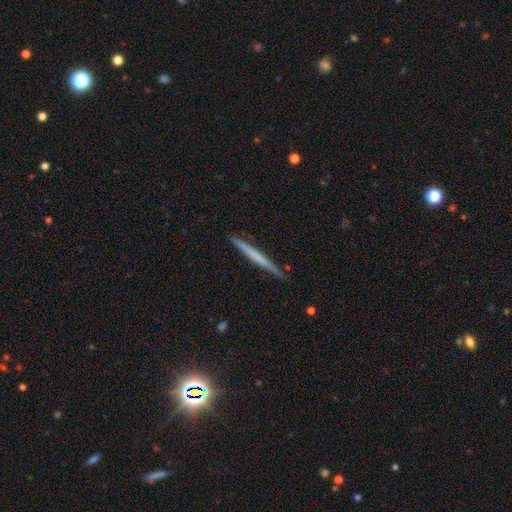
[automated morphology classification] smooth_or_featured: smooth (p=0.51) [alt: featured or disk p=0.44]
how_rounded: cigar-shaped (p=0.97) [alt: in between p=0.02]
merging: none (p=0.90) [alt: minor disturbance p=0.07]